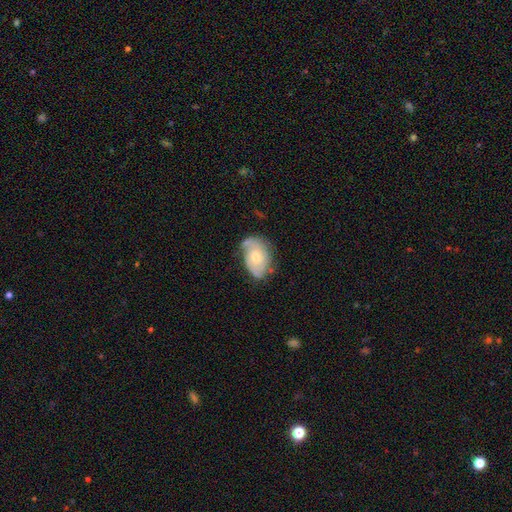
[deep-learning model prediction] The model was most divided on "spiral winding": tight: 50%, medium: 35%, loose: 15%. More confident: edge-on disk — no (96%); spiral arms — yes (85%); bar — no (72%); smooth or featured — featured or disk (67%); merging — none (60%); bulge size — moderate (57%); spiral arm count — 2 (56%).